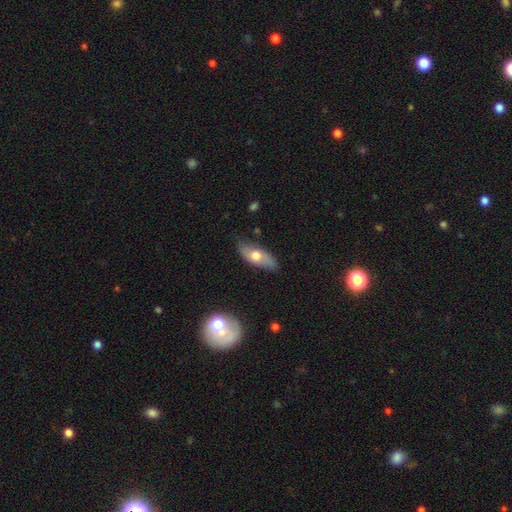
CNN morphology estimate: Smooth or featured? Predicted: smooth (p=0.57). How rounded? Predicted: in between (p=0.78). Merging? Predicted: none (p=0.79).